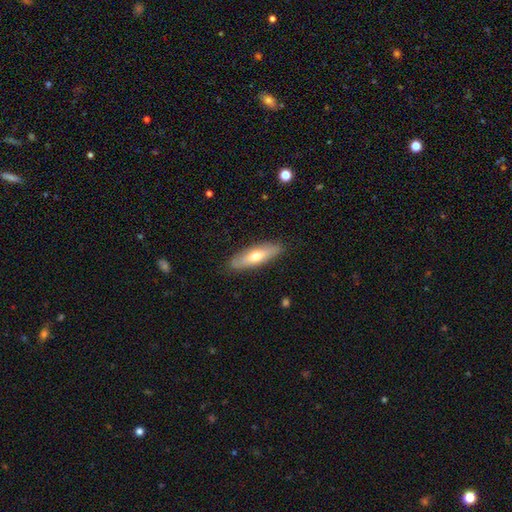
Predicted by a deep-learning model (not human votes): Smooth or featured? Predicted: smooth (p=0.60). How rounded? Predicted: cigar-shaped (p=0.51). Merging? Predicted: none (p=0.87).